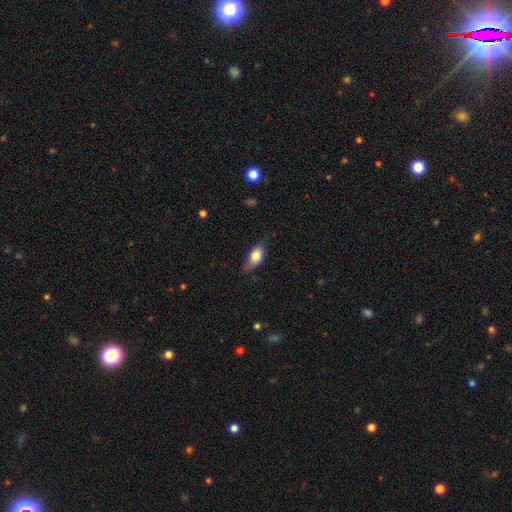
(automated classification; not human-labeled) Smooth or featured? Predicted: smooth (p=0.72). How rounded? Predicted: in between (p=0.83). Merging? Predicted: none (p=0.62).